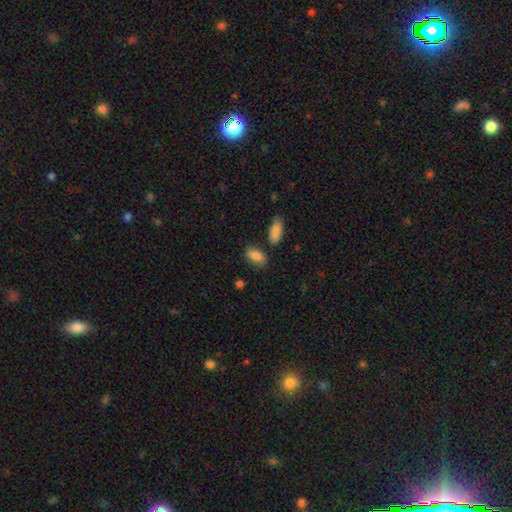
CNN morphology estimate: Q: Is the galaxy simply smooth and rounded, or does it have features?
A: smooth — 86%.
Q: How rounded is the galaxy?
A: in between — 89%.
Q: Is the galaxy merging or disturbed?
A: none — 74%.